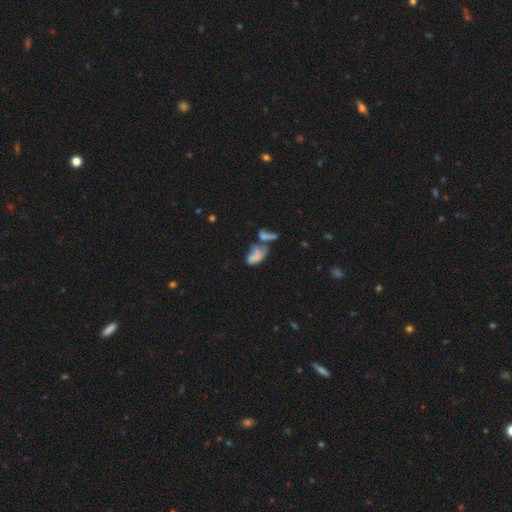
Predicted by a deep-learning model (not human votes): A smooth galaxy with no disk features (56%) that is in between round and cigar-shaped (89%). Merging: merger (53%).